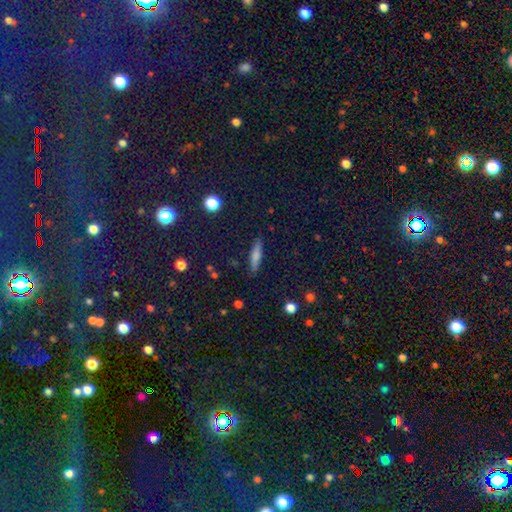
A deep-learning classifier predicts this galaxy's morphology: A smooth galaxy with no disk features (58%) that is cigar-shaped (79%). Merging: none (88%).